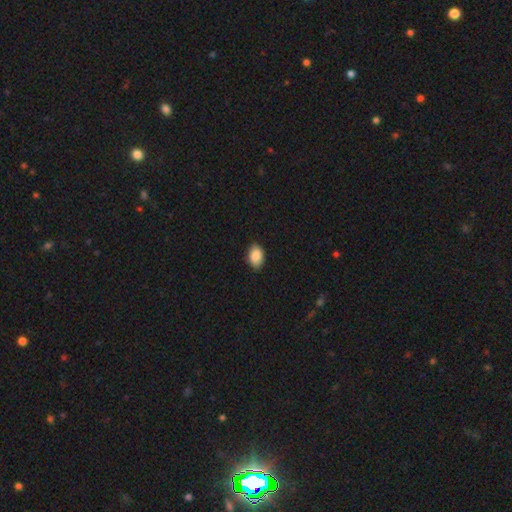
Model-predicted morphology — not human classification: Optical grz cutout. It shows a smooth galaxy with no disk features (88%) that is in between round and cigar-shaped (88%). Merging: none (85%).